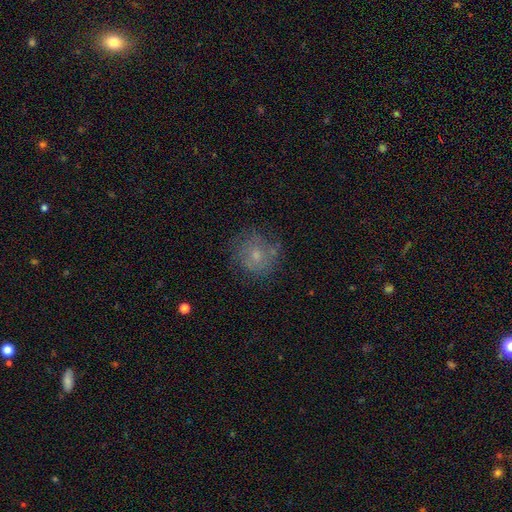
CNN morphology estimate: Q: Smooth or featured?
A: smooth (53%); runner-up: featured or disk (34%)
Q: How rounded?
A: round (85%); runner-up: in between (14%)
Q: Merging?
A: none (69%); runner-up: minor disturbance (19%)